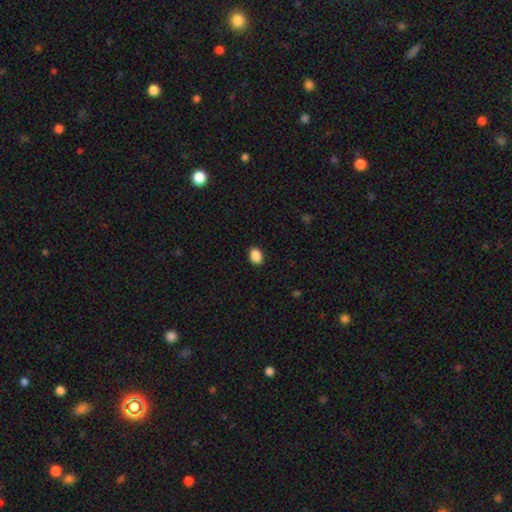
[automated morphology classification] This appears to be a smooth galaxy with no disk features (89%) that is in between round and cigar-shaped (68%). Merging: none (91%).